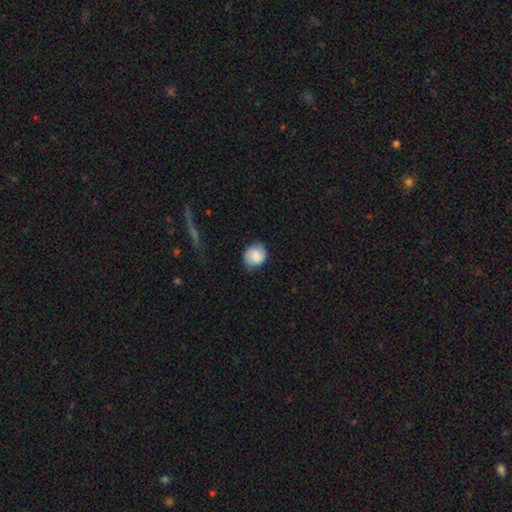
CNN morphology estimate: This appears to be a smooth galaxy with no disk features (73%) that is round (73%). Merging: none (66%).